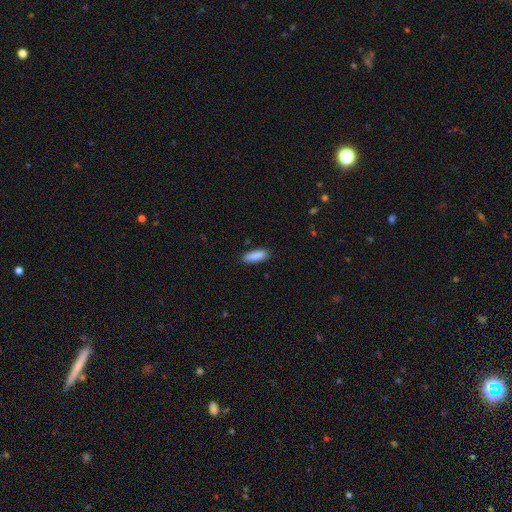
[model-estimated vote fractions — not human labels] smooth-or-featured: smooth: 89% | star or artifact: 6% | featured or disk: 5%
  how-rounded: in between: 53% | cigar-shaped: 45% | round: 2%
  merging: none: 86% | minor disturbance: 11% | major disturbance: 2% | merger: 1%